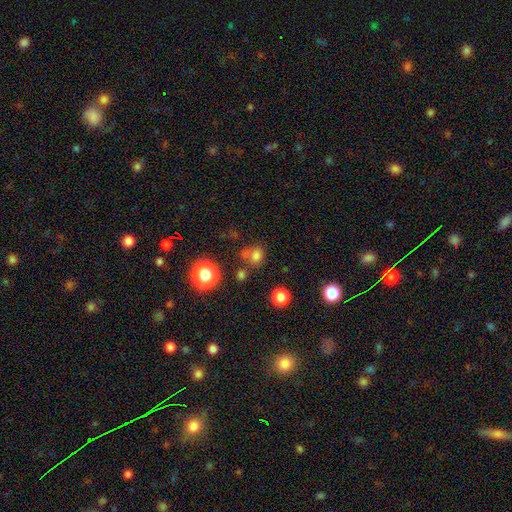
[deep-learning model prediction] Q: Smooth or featured?
A: smooth (71%); runner-up: star or artifact (21%)
Q: How rounded?
A: round (68%); runner-up: in between (31%)
Q: Merging?
A: none (58%); runner-up: merger (19%)